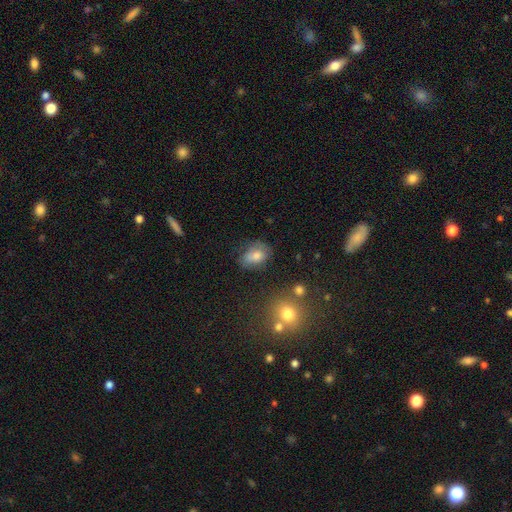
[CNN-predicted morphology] Smooth or featured?
  - smooth: 73% *
  - featured or disk: 15%
  - star or artifact: 12%
How rounded?
  - in between: 79% *
  - round: 20%
  - cigar-shaped: 2%
Merging?
  - none: 62% *
  - minor disturbance: 26%
  - major disturbance: 7%
  - merger: 5%